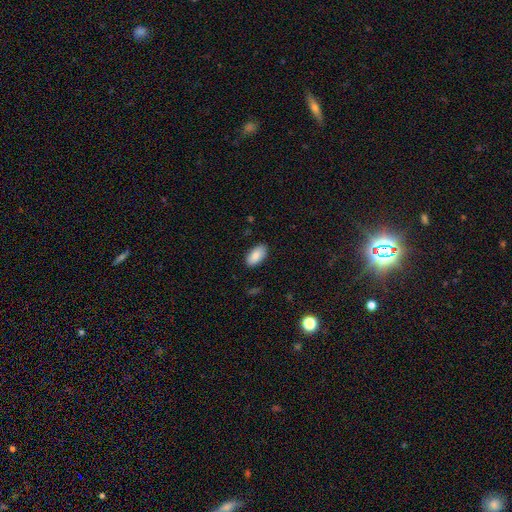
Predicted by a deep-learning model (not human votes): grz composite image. It shows a smooth galaxy with no disk features (87%) that is in between round and cigar-shaped (95%). Merging: none (86%).